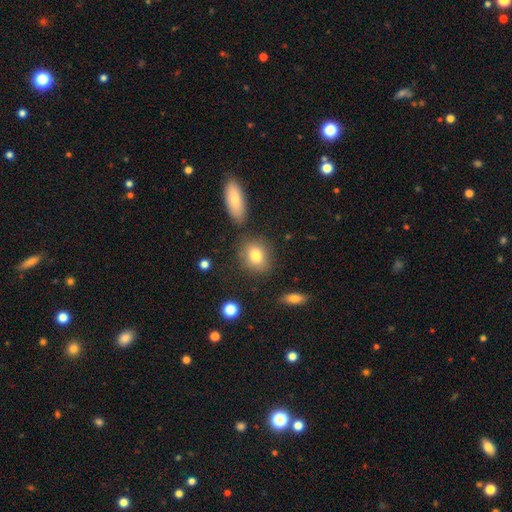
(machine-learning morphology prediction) This is clearly a smooth galaxy (81%). How rounded: possibly round (54%). Merging: likely none (76%).